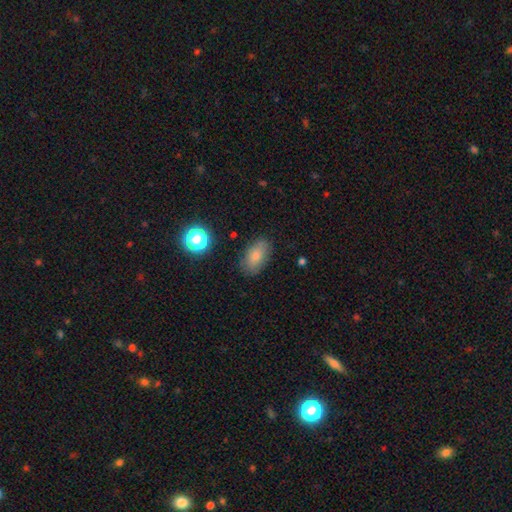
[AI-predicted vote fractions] Smooth or featured? smooth (78%)
How rounded? in between (89%)
Merging? none (79%)